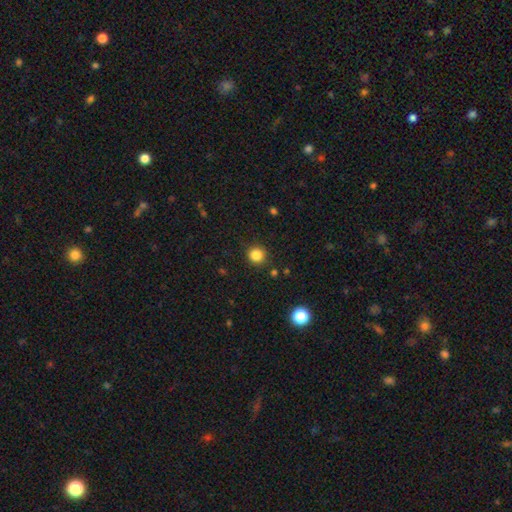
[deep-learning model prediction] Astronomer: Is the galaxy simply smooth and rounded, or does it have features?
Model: smooth — 84%.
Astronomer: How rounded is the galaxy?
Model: round — 92%.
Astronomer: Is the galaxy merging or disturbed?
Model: none — 89%.